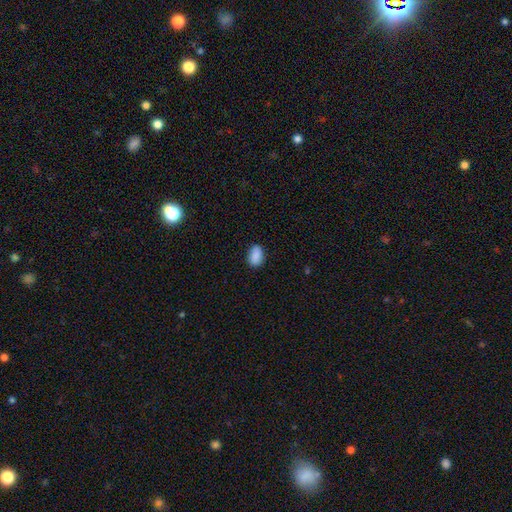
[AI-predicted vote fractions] Smooth or featured? Predicted: smooth (p=0.89). How rounded? Predicted: in between (p=0.86). Merging? Predicted: none (p=0.81).